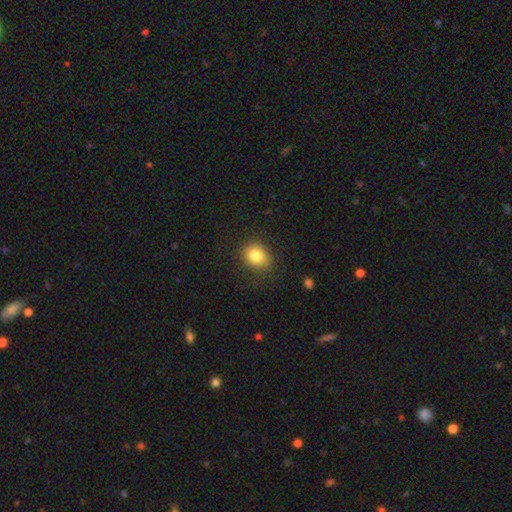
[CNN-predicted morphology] Smooth or featured?
  - smooth: 82% *
  - star or artifact: 10%
  - featured or disk: 8%
How rounded?
  - round: 60% *
  - in between: 39%
  - cigar-shaped: 1%
Merging?
  - none: 81% *
  - minor disturbance: 13%
  - major disturbance: 4%
  - merger: 1%